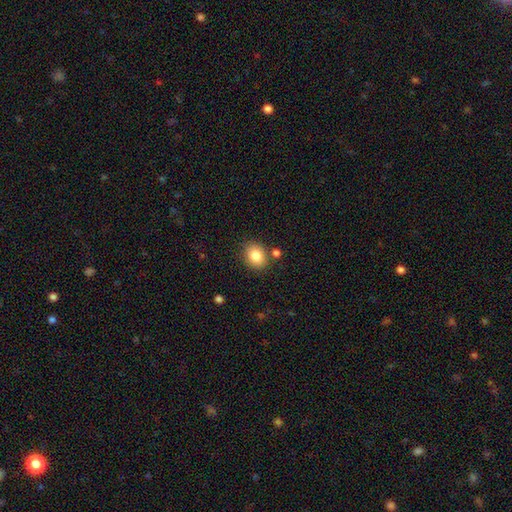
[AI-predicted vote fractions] A smooth galaxy with no disk features (84%) that is in between round and cigar-shaped (50%).

Vote fractions:
- Smooth or featured? smooth: 84% / star or artifact: 9% / featured or disk: 7%
- How rounded? in between: 50% / round: 49% / cigar-shaped: 1%
- Merging? none: 80% / minor disturbance: 11% / merger: 6% / major disturbance: 3%